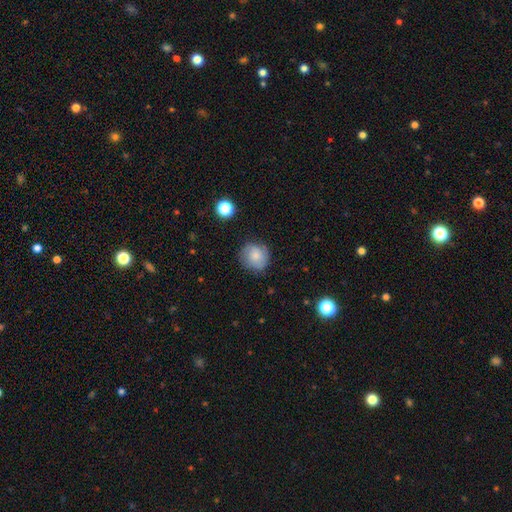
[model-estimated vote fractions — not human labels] Smooth or featured: smooth — 76% (featured or disk — 16%)
How rounded: round — 87% (in between — 12%)
Merging: none — 75% (minor disturbance — 19%)